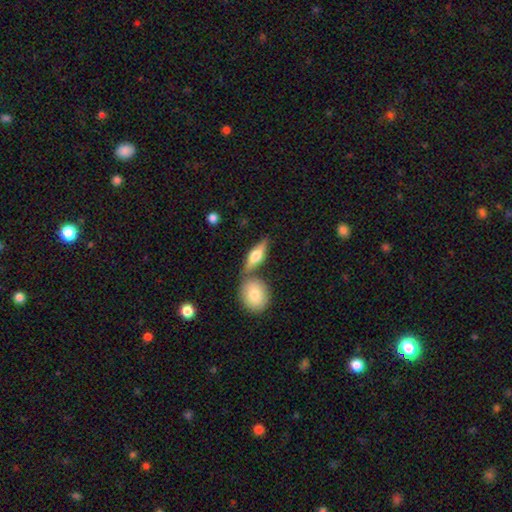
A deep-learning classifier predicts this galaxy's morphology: Smooth or featured: smooth — 48% (featured or disk — 46%)
Merging: none — 64% (merger — 22%)